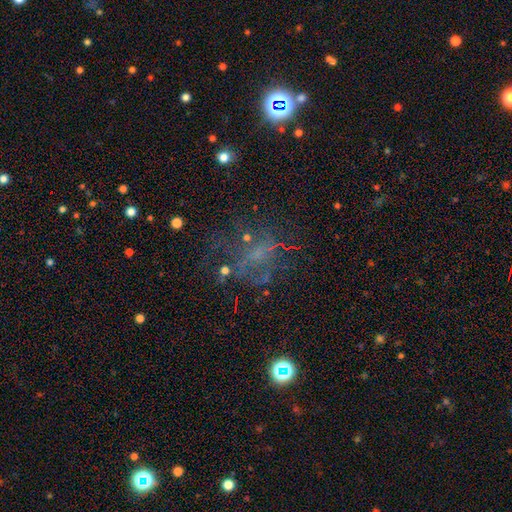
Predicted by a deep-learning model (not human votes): This appears to be a featured or disk galaxy (41%). Merging: none (51%).